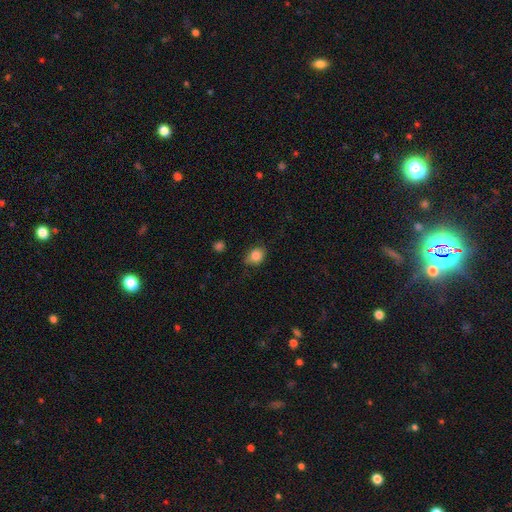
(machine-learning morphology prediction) This appears to be a smooth galaxy with no disk features (85%) that is in between round and cigar-shaped (52%). Merging: none (69%).